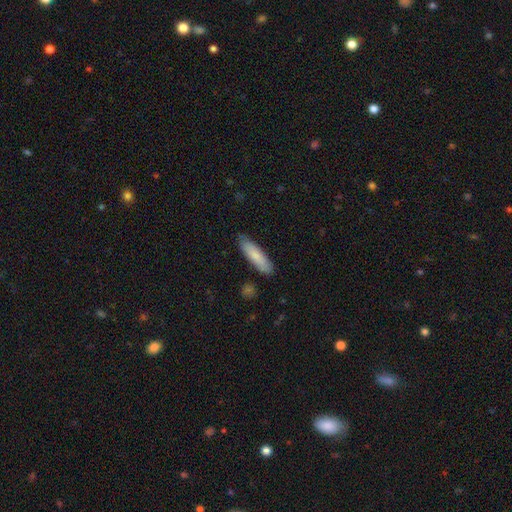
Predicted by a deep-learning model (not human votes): This appears to be a smooth galaxy with no disk features (82%) that is cigar-shaped (69%). Merging: none (83%).